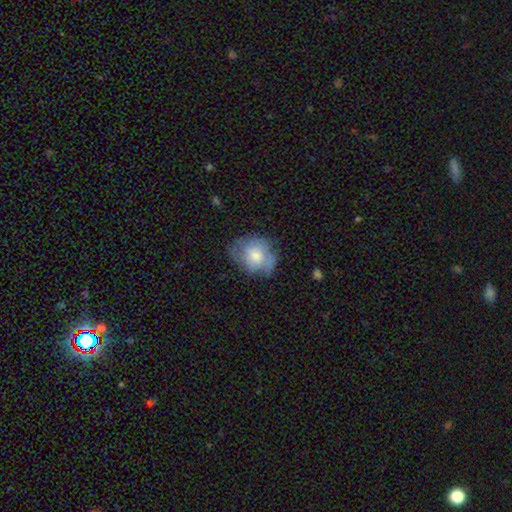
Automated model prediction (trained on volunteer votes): smooth_or_featured: smooth (p=0.61) [alt: featured or disk p=0.32]
how_rounded: round (p=0.60) [alt: in between p=0.39]
merging: none (p=0.52) [alt: minor disturbance p=0.31]